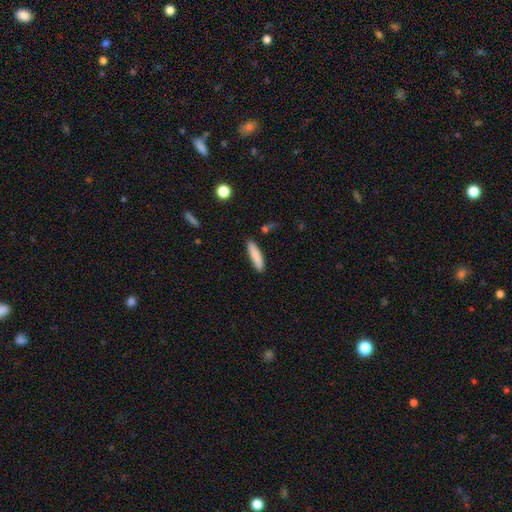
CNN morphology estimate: Overall: smooth (85%). How rounded: cigar-shaped (80%). Merging: none (87%).